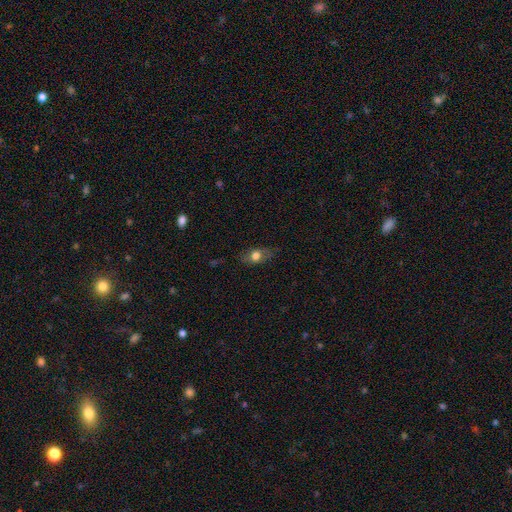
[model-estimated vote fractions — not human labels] This is likely a smooth galaxy (69%). How rounded: likely in between (74%). Merging: likely none (77%).